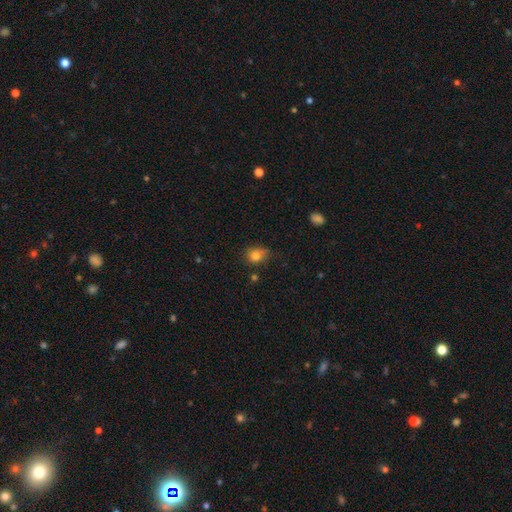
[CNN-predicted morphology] Smooth or featured: smooth — 81% (star or artifact — 11%)
How rounded: round — 60% (in between — 39%)
Merging: none — 59% (minor disturbance — 31%)